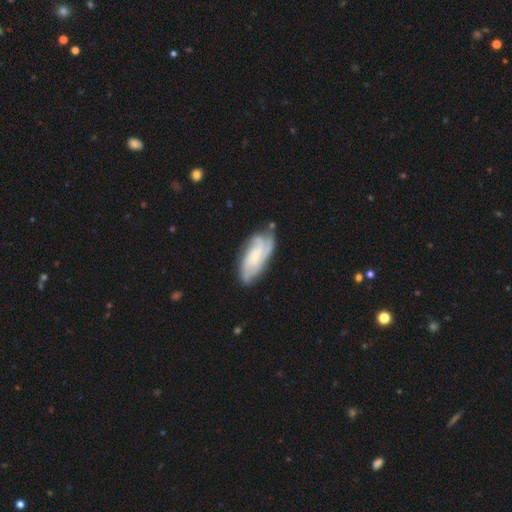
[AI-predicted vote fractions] This appears to be a featured or disk galaxy (71%) with no bar (64%), tight (52%) spiral arms (93%) and a small central bulge (60%). Merging: none (67%).